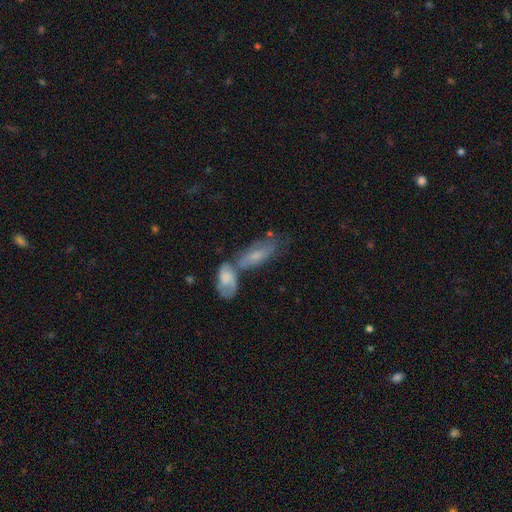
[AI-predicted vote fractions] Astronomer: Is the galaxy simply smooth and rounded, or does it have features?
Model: smooth — 52% (runner-up: featured or disk, 40%).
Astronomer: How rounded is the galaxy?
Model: in between — 73%.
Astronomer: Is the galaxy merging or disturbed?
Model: merger — 55%.